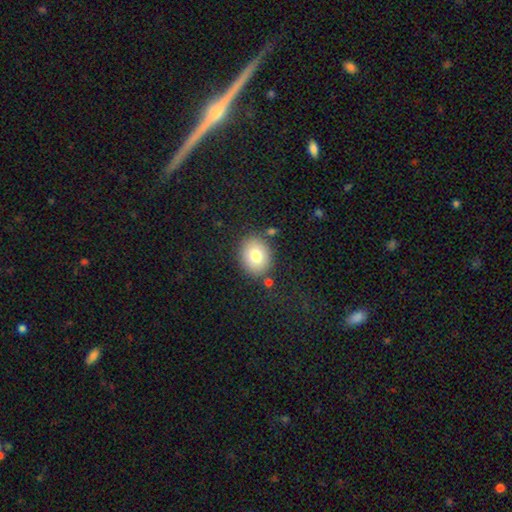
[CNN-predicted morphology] Smooth or featured? Predicted: smooth (p=0.79). How rounded? Predicted: round (p=0.57). Merging? Predicted: none (p=0.83).